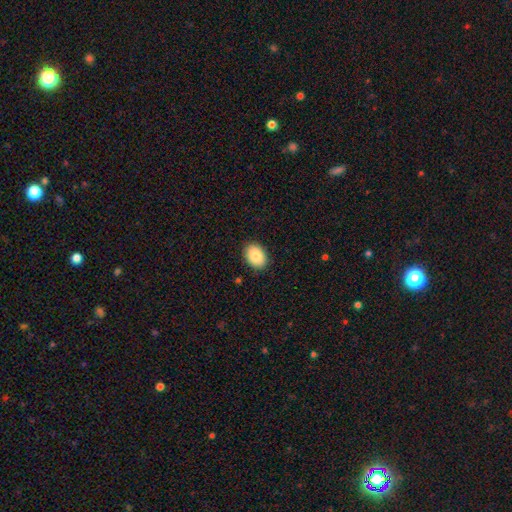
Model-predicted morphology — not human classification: Smooth or featured?
  - smooth: 87% *
  - star or artifact: 7%
  - featured or disk: 6%
How rounded?
  - in between: 75% *
  - round: 24%
  - cigar-shaped: 1%
Merging?
  - none: 89% *
  - minor disturbance: 8%
  - major disturbance: 2%
  - merger: 1%